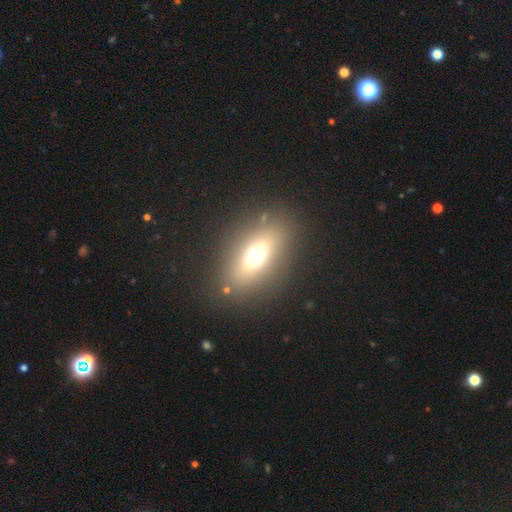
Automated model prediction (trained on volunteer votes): Smooth or featured? smooth (55%)
How rounded? in between (74%)
Merging? none (84%)